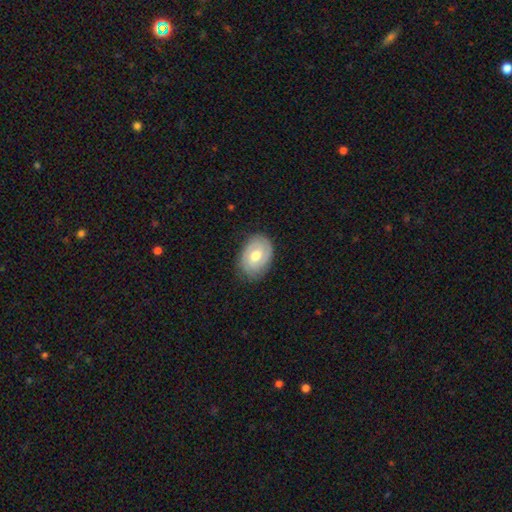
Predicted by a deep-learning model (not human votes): This appears to be a featured or disk galaxy (57%) with no bar (63%), spiral arms (78%) and a moderate central bulge (75%). Merging: none (80%).